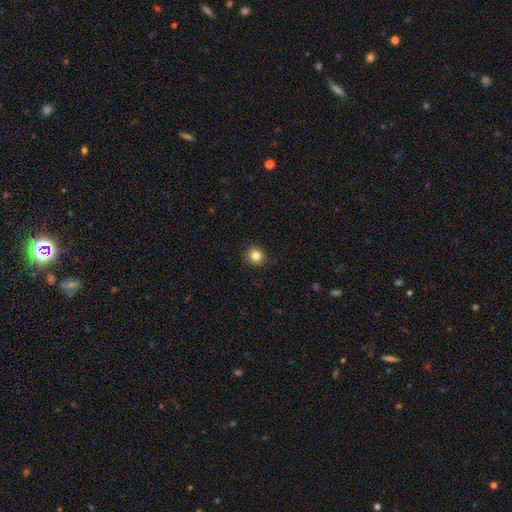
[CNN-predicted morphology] This is clearly a smooth galaxy (84%). How rounded: clearly round (90%). Merging: clearly none (87%).